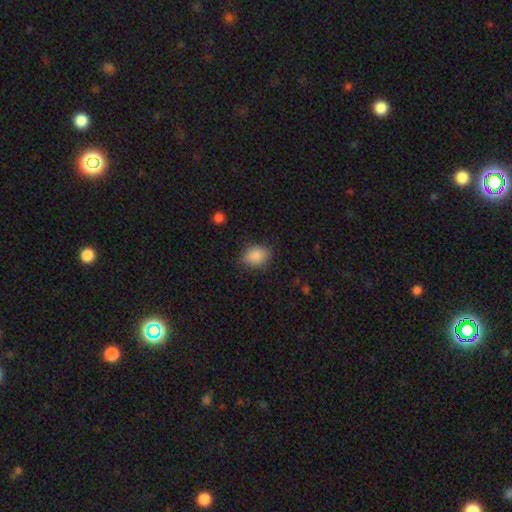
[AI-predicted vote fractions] This is clearly a smooth galaxy (87%). How rounded: possibly in between (56%). Merging: clearly none (81%).